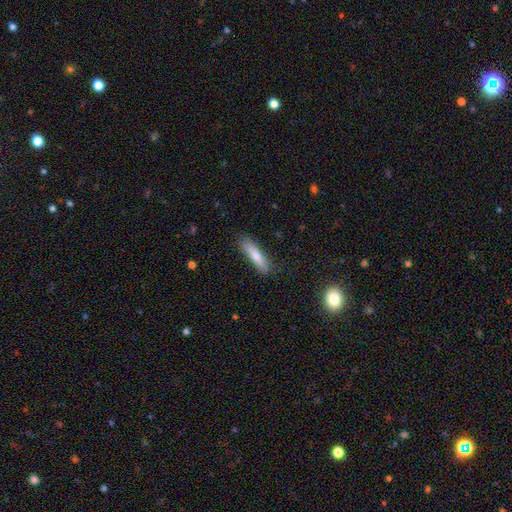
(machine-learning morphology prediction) A smooth galaxy with no disk features (71%) that is cigar-shaped (75%). Merging: none (84%).